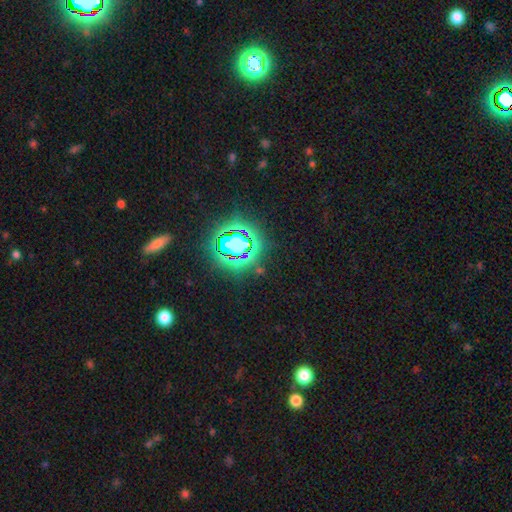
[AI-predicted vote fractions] Overall: star or artifact (80%).